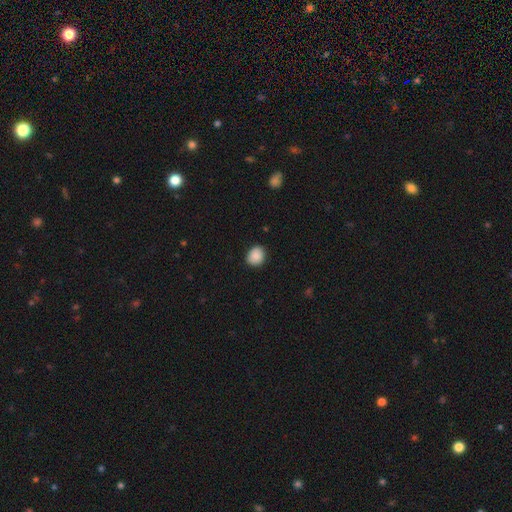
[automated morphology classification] This is clearly a smooth galaxy (88%). How rounded: likely round (68%). Merging: clearly none (86%).